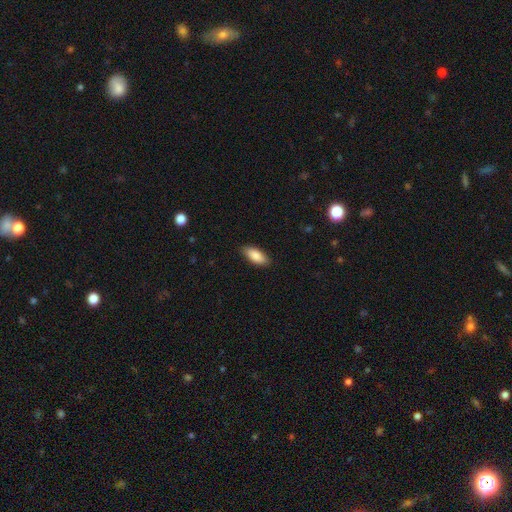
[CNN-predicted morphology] This appears to be a smooth galaxy with no disk features (87%) that is in between round and cigar-shaped (84%). Merging: none (87%).